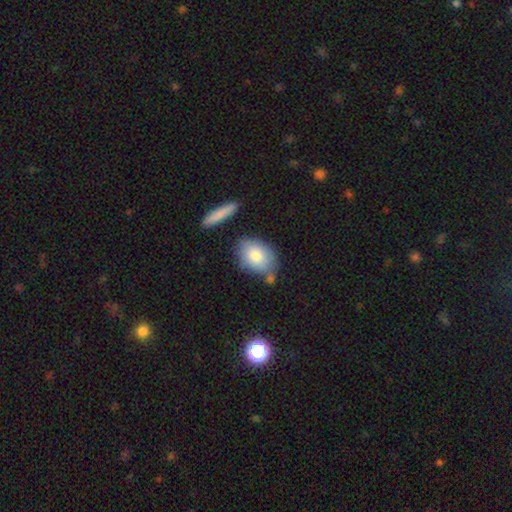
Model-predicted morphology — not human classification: A smooth galaxy with no disk features (82%) that is in between round and cigar-shaped (80%).

Vote fractions:
- Smooth or featured? smooth: 82% / featured or disk: 12% / star or artifact: 6%
- How rounded? in between: 80% / round: 18% / cigar-shaped: 2%
- Merging? none: 65% / minor disturbance: 18% / merger: 12% / major disturbance: 5%